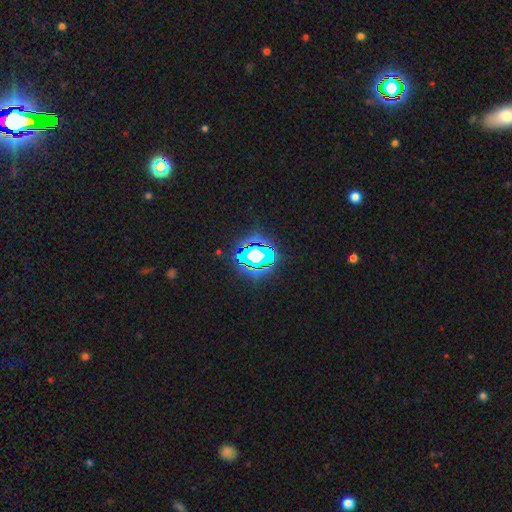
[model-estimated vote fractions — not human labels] Morphology: type=star or artifact (60%).